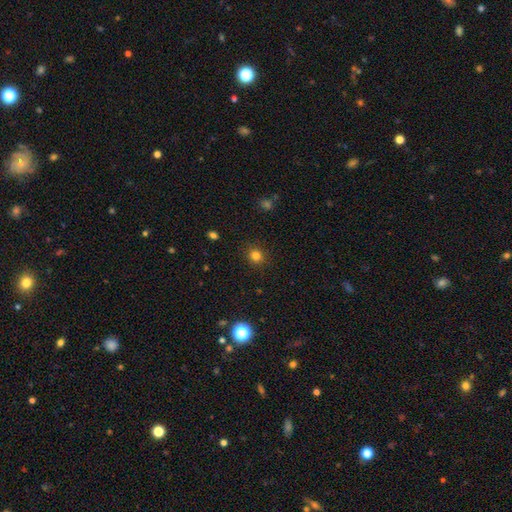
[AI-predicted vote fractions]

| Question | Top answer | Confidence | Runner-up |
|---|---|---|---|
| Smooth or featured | smooth | 80% | star or artifact (15%) |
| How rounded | round | 86% | in between (13%) |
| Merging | none | 89% | minor disturbance (7%) |